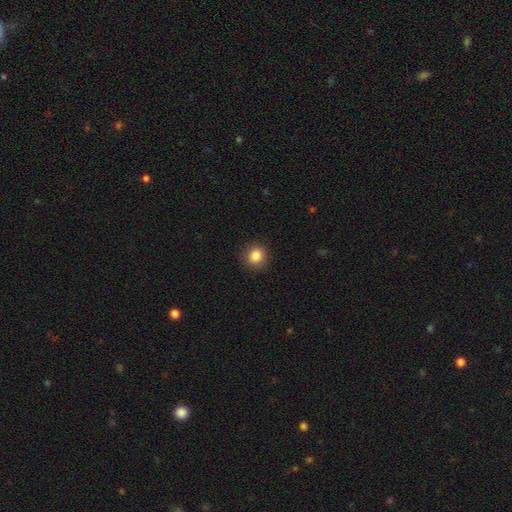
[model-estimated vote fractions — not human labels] smooth-or-featured: smooth: 85% | star or artifact: 10% | featured or disk: 5%
  how-rounded: round: 90% | in between: 9% | cigar-shaped: 1%
  merging: none: 90% | minor disturbance: 7% | major disturbance: 2% | merger: 1%